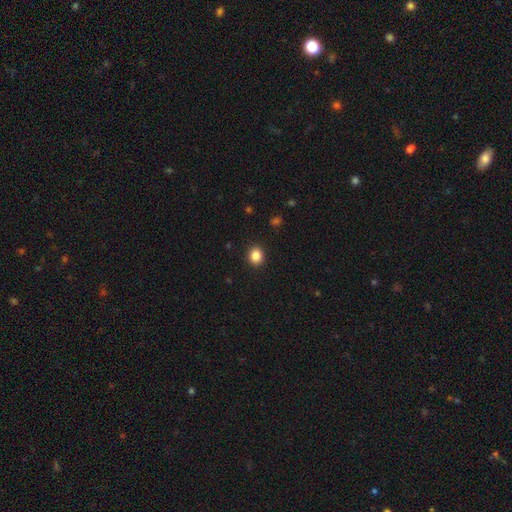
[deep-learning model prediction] A smooth galaxy with no disk features (86%) that is round (72%).

Vote fractions:
- Smooth or featured? smooth: 86% / star or artifact: 10% / featured or disk: 4%
- How rounded? round: 72% / in between: 27% / cigar-shaped: 1%
- Merging? none: 92% / minor disturbance: 6% / major disturbance: 2% / merger: 1%